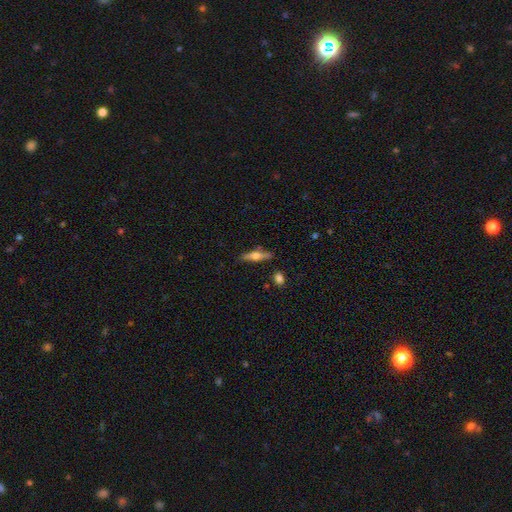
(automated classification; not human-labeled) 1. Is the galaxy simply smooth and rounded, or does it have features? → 47% featured or disk, 46% smooth, 6% star or artifact.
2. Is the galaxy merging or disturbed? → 81% none, 13% minor disturbance, 3% merger, 3% major disturbance.